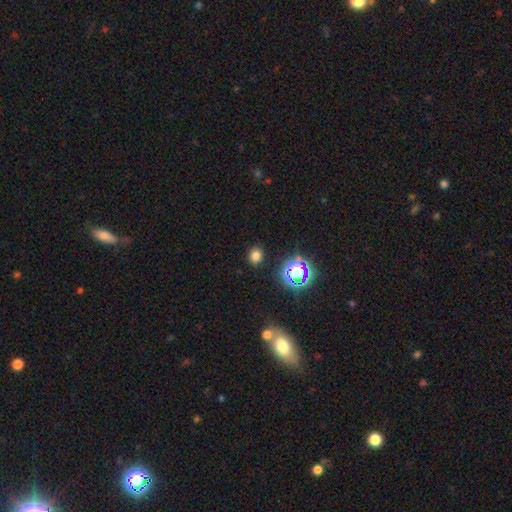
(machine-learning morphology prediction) This is likely a smooth galaxy (72%). How rounded: likely round (70%). Merging: clearly none (88%).